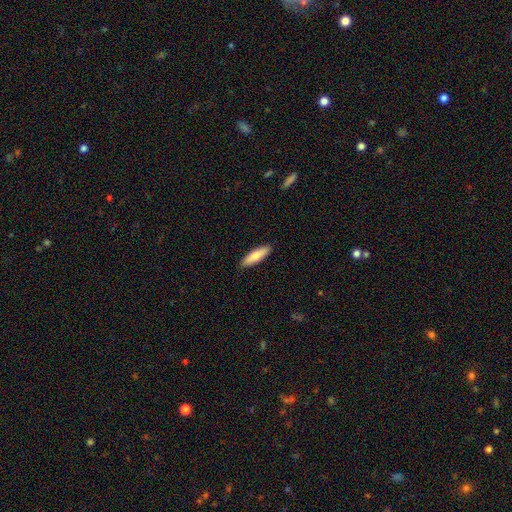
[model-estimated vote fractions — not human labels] Smooth or featured? Predicted: smooth (p=0.78). How rounded? Predicted: cigar-shaped (p=0.65). Merging? Predicted: none (p=0.90).